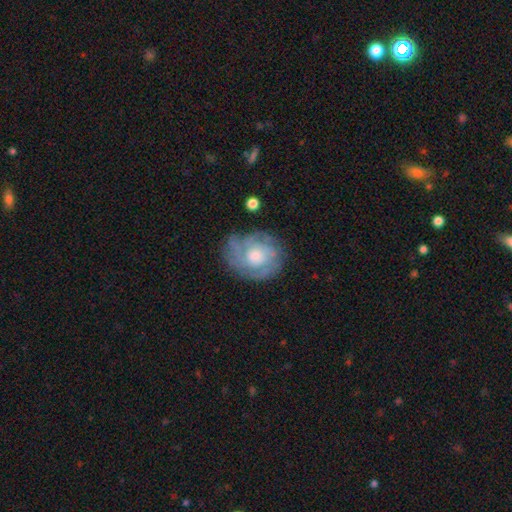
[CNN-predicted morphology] This appears to be a featured or disk galaxy (75%) with no bar (80%), tight (65%) spiral arms (89%) and a moderate central bulge (54%). Merging: none (74%).